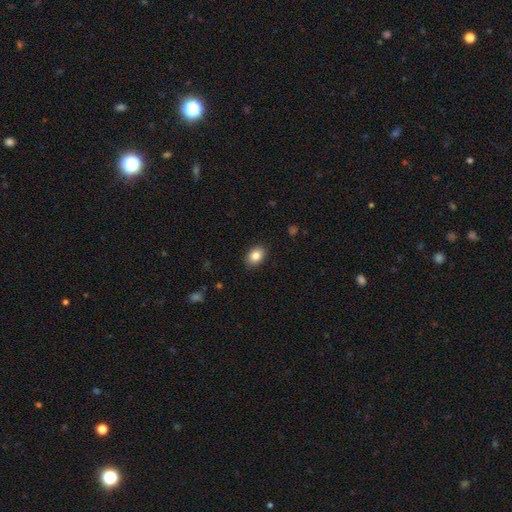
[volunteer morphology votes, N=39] This appears to be a smooth galaxy with no disk features (90%) that is in between round and cigar-shaped (66%). Merging: none (92%).